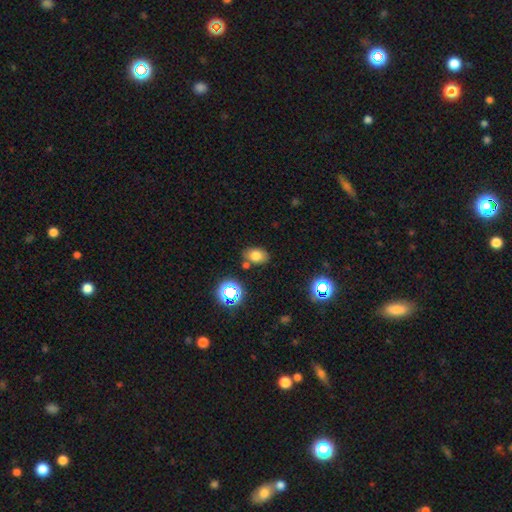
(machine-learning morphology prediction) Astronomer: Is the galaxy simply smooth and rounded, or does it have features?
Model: smooth — 74%.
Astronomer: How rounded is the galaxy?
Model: in between — 79%.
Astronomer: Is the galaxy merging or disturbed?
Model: none — 77%.